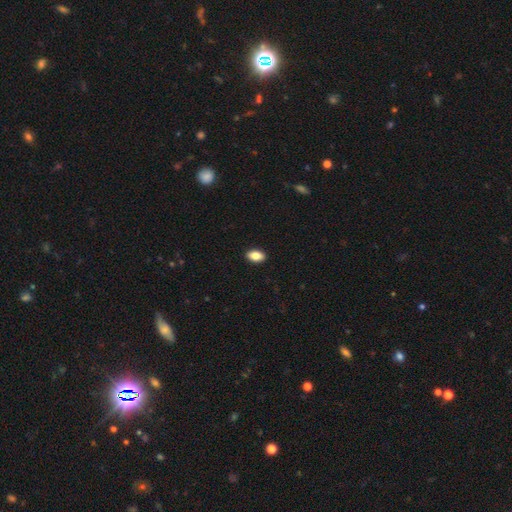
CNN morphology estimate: Smooth or featured? Predicted: smooth (p=0.85). How rounded? Predicted: in between (p=0.91). Merging? Predicted: none (p=0.91).